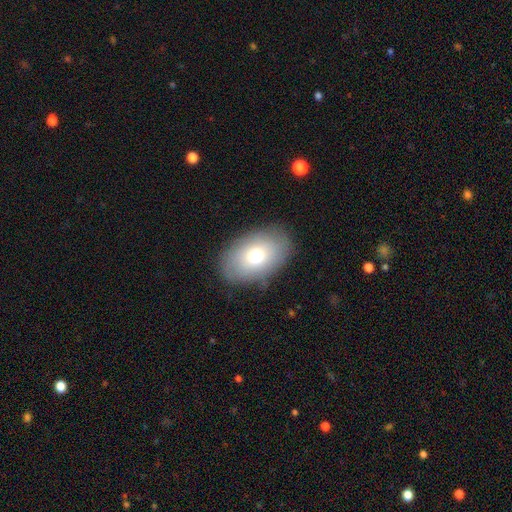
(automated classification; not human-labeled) A smooth galaxy with no disk features (73%) that is in between round and cigar-shaped (88%).

Vote fractions:
- Smooth or featured? smooth: 73% / featured or disk: 19% / star or artifact: 8%
- How rounded? in between: 88% / round: 11% / cigar-shaped: 1%
- Merging? none: 83% / minor disturbance: 12% / major disturbance: 4% / merger: 1%